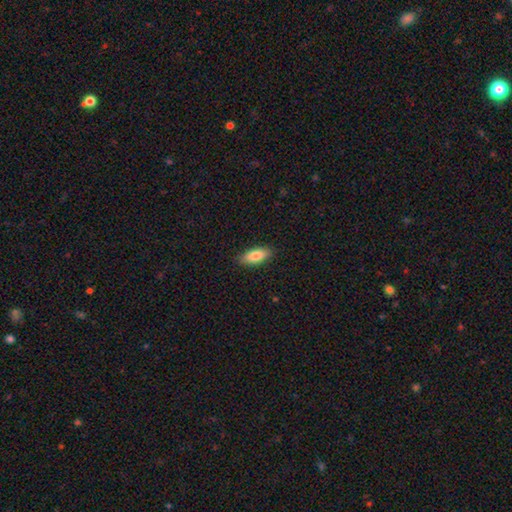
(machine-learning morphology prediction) Smooth or featured? Predicted: smooth (p=0.83). How rounded? Predicted: in between (p=0.76). Merging? Predicted: none (p=0.88).